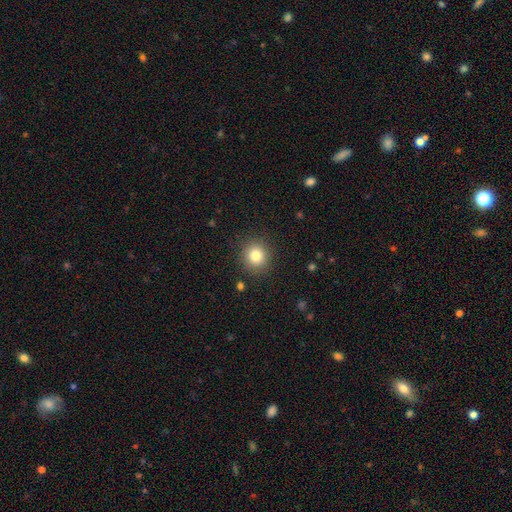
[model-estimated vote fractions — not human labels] This appears to be a smooth galaxy with no disk features (81%) that is round (90%). Merging: none (89%).